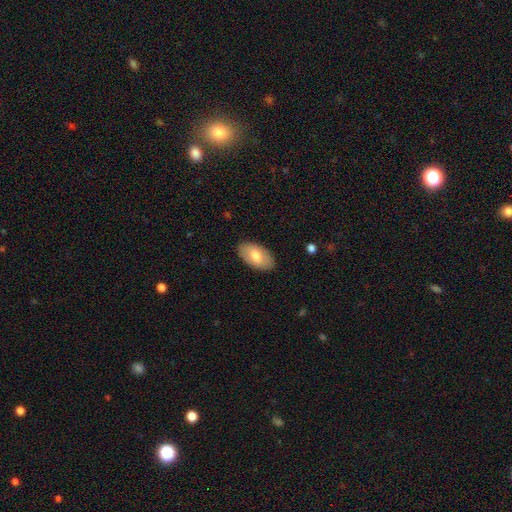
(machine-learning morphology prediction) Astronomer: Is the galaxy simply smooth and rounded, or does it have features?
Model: smooth — 71%.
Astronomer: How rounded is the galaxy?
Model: in between — 95%.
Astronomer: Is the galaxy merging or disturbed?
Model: none — 87%.